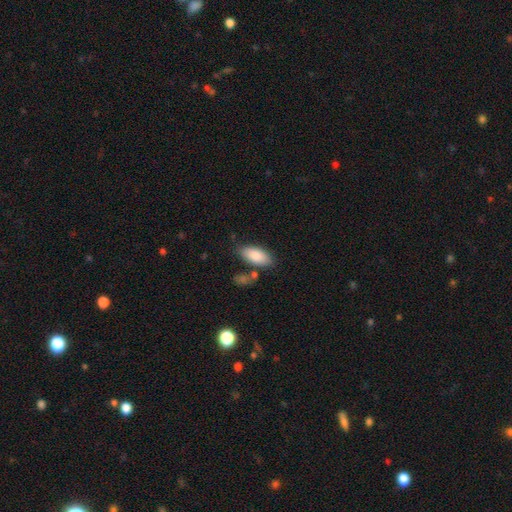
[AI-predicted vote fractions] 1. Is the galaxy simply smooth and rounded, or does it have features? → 86% smooth, 8% featured or disk, 6% star or artifact.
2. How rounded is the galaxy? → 89% in between, 8% cigar-shaped, 2% round.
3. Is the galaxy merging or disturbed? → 72% none, 16% minor disturbance, 8% merger, 4% major disturbance.